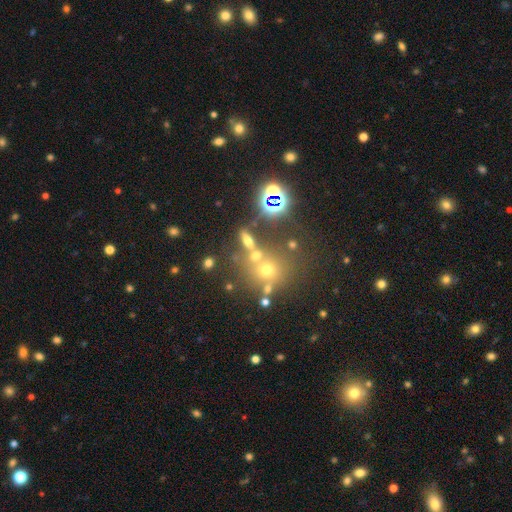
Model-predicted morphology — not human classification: Smooth or featured? Predicted: smooth (p=0.56). How rounded? Predicted: round (p=0.62). Merging? Predicted: none (p=0.51).